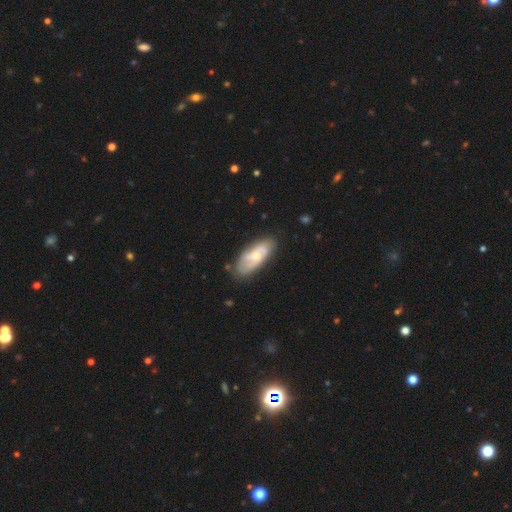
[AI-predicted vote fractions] Smooth or featured? Predicted: featured or disk (p=0.61). Edge-on disk? Predicted: no (p=0.90). Bar? Predicted: no (p=0.62). Spiral arms? Predicted: yes (p=0.73). Bulge size? Predicted: moderate (p=0.48). Merging? Predicted: none (p=0.70).